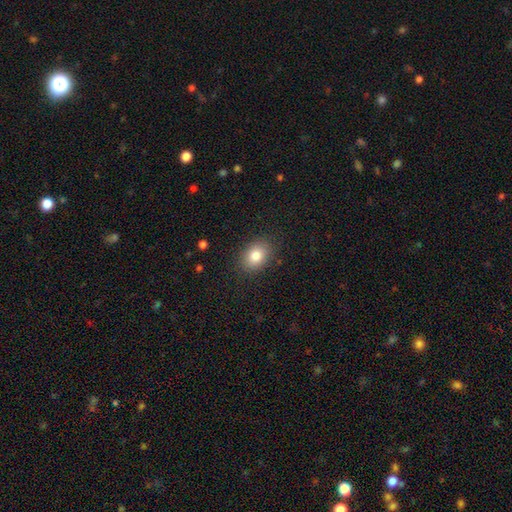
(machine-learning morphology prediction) Smooth or featured?
  - smooth: 82% *
  - star or artifact: 9%
  - featured or disk: 9%
How rounded?
  - in between: 68% *
  - round: 31%
  - cigar-shaped: 1%
Merging?
  - none: 86% *
  - minor disturbance: 10%
  - major disturbance: 3%
  - merger: 1%